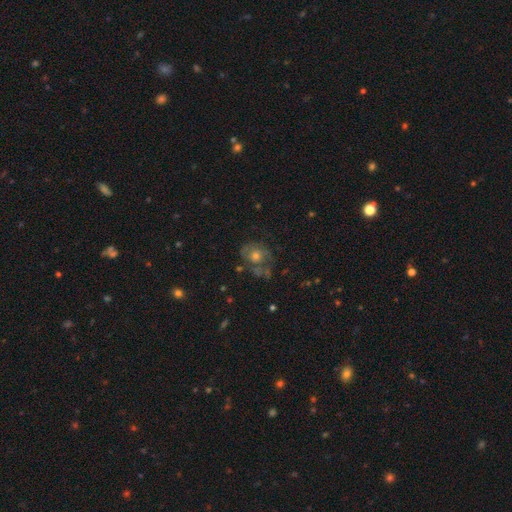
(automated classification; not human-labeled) smooth-or-featured: featured or disk: 45% | smooth: 39% | star or artifact: 16%
  merging: none: 55% | minor disturbance: 22% | major disturbance: 16% | merger: 8%